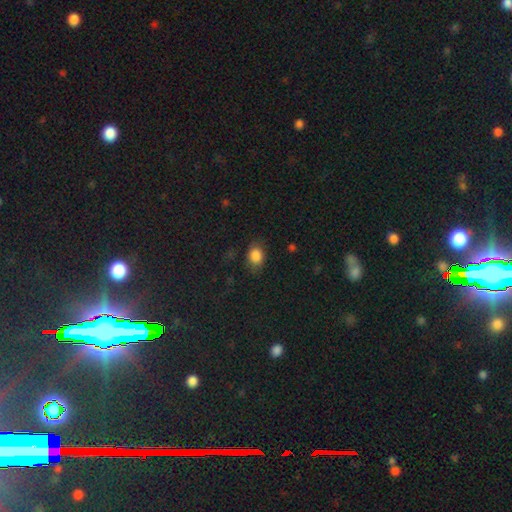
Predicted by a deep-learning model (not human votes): Q: Smooth or featured?
A: smooth (85%); runner-up: star or artifact (10%)
Q: How rounded?
A: in between (63%); runner-up: round (35%)
Q: Merging?
A: none (75%); runner-up: minor disturbance (18%)